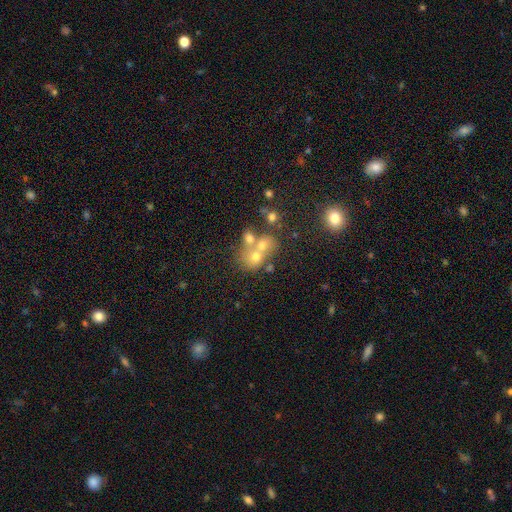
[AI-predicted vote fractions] The model was most divided on "merging": merger: 56%, none: 31%, minor disturbance: 8%, major disturbance: 5%. More confident: how rounded — round (67%); smooth or featured — smooth (55%).